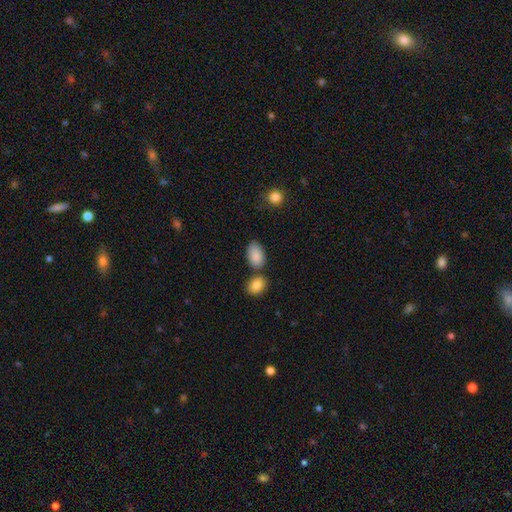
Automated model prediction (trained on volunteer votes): This is clearly a smooth galaxy (89%). How rounded: clearly in between (92%). Merging: likely none (65%).